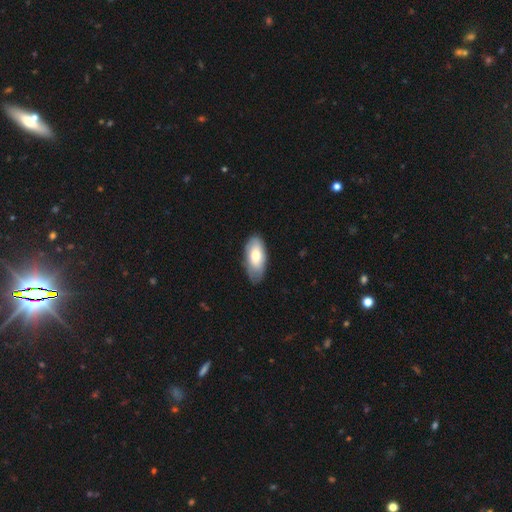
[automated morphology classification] This appears to be a smooth galaxy with no disk features (70%) that is in between round and cigar-shaped (92%). Merging: none (70%).